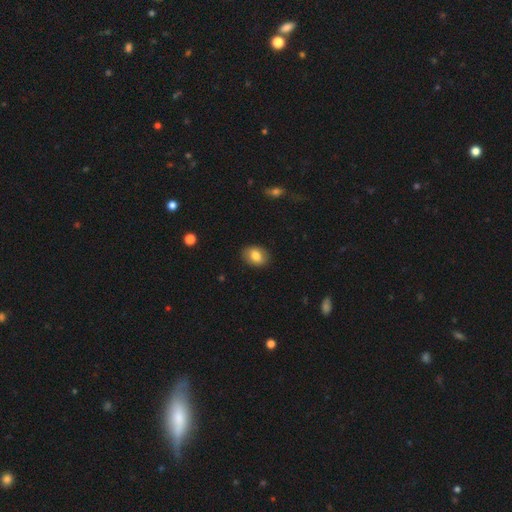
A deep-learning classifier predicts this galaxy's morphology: A smooth galaxy with no disk features (81%) that is in between round and cigar-shaped (68%).

Vote fractions:
- Smooth or featured? smooth: 81% / featured or disk: 11% / star or artifact: 8%
- How rounded? in between: 68% / round: 31% / cigar-shaped: 1%
- Merging? none: 87% / minor disturbance: 10% / major disturbance: 2% / merger: 1%